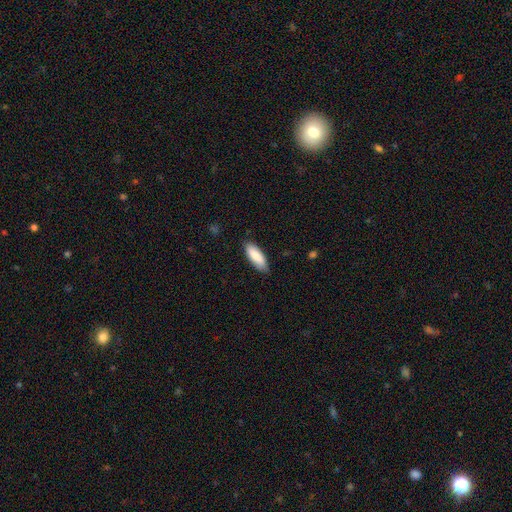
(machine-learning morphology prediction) Overall: smooth (84%). How rounded: in between (64%; cigar-shaped 34%). Merging: none (84%).